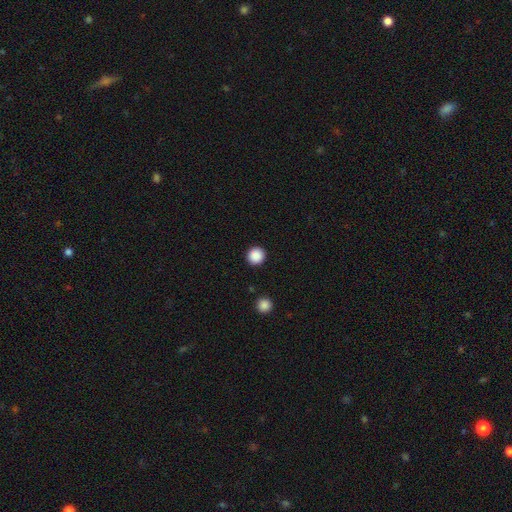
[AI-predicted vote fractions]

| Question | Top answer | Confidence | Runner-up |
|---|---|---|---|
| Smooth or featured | smooth | 88% | star or artifact (10%) |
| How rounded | round | 95% | in between (4%) |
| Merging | none | 92% | minor disturbance (5%) |